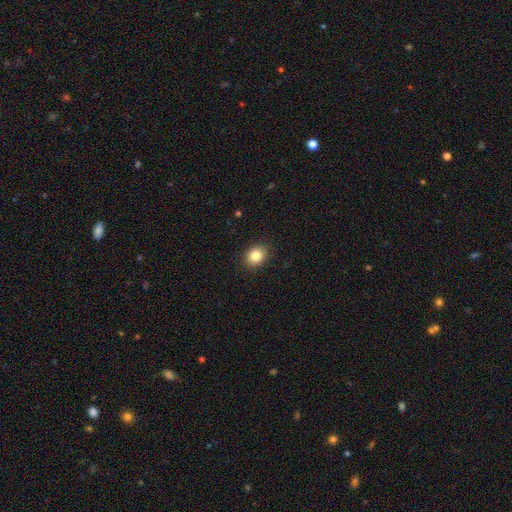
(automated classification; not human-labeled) Q: Smooth or featured?
A: smooth (83%); runner-up: star or artifact (10%)
Q: How rounded?
A: round (52%); runner-up: in between (47%)
Q: Merging?
A: none (88%); runner-up: minor disturbance (9%)